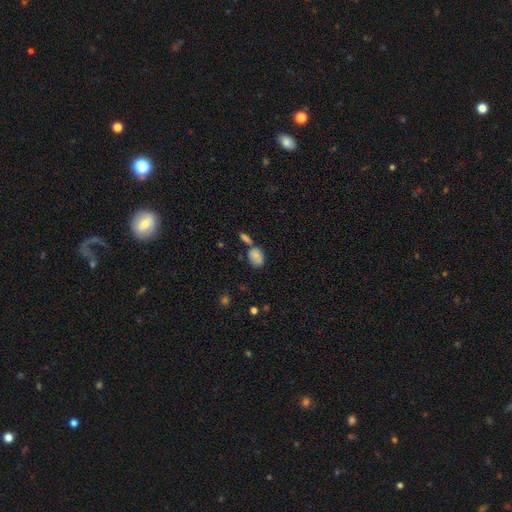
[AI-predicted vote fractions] A smooth galaxy with no disk features (77%) that is in between round and cigar-shaped (74%). Merging: none (47%).